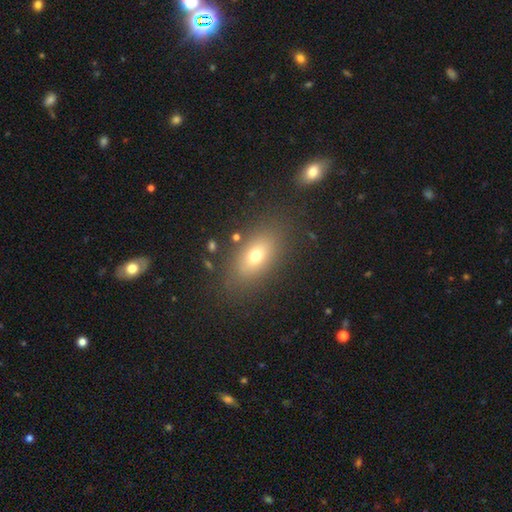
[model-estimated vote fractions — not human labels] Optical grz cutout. It shows a smooth galaxy with no disk features (70%) that is in between round and cigar-shaped (83%). Merging: none (82%).